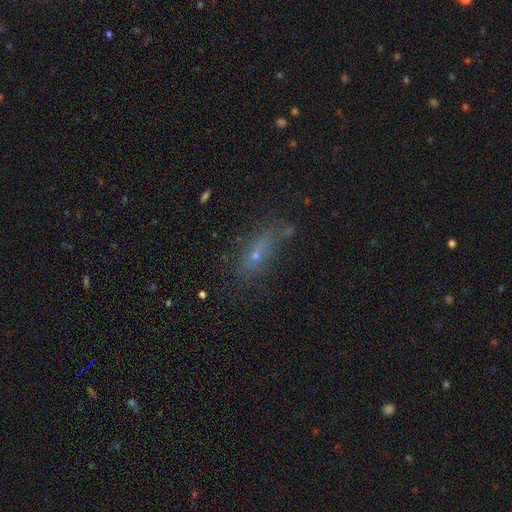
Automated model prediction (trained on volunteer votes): Q: Smooth or featured?
A: smooth (52%); runner-up: featured or disk (26%)
Q: How rounded?
A: in between (62%); runner-up: cigar-shaped (27%)
Q: Merging?
A: none (54%); runner-up: minor disturbance (23%)